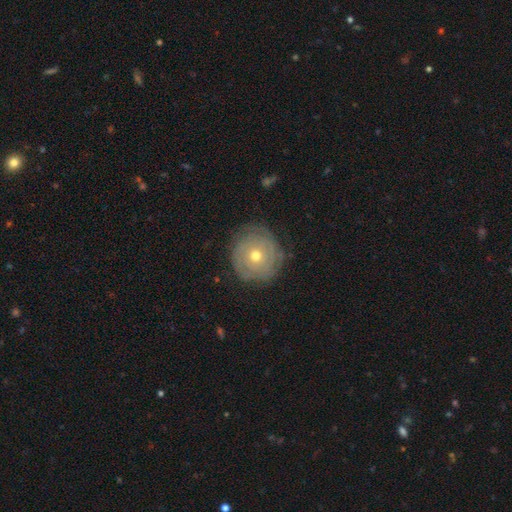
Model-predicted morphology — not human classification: Q: Smooth or featured?
A: featured or disk (57%); runner-up: smooth (34%)
Q: Edge-on disk?
A: no (96%); runner-up: yes (4%)
Q: Bar?
A: no (89%); runner-up: weak (9%)
Q: Spiral arms?
A: yes (67%); runner-up: no (33%)
Q: Bulge size?
A: moderate (62%); runner-up: small (34%)
Q: Merging?
A: none (78%); runner-up: minor disturbance (16%)